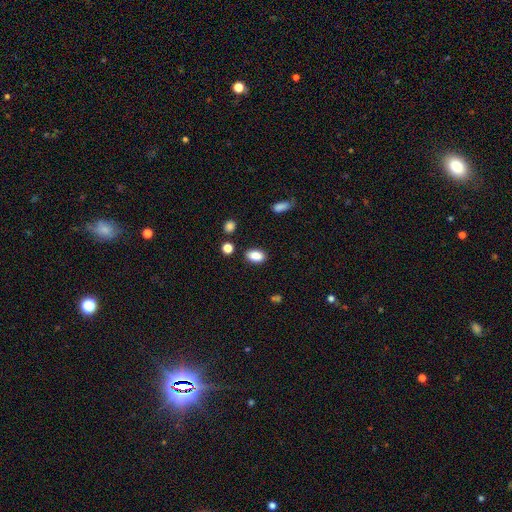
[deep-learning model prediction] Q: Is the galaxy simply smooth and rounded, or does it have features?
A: smooth — 87%.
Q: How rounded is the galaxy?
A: in between — 88%.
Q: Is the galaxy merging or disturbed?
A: none — 84%.